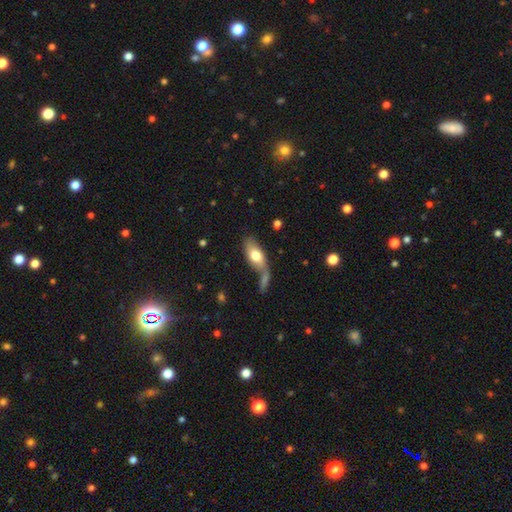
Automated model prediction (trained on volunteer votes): A smooth galaxy with no disk features (68%) that is in between round and cigar-shaped (87%).

Vote fractions:
- Smooth or featured? smooth: 68% / featured or disk: 25% / star or artifact: 6%
- How rounded? in between: 87% / cigar-shaped: 9% / round: 4%
- Merging? none: 42% / merger: 31% / minor disturbance: 17% / major disturbance: 11%